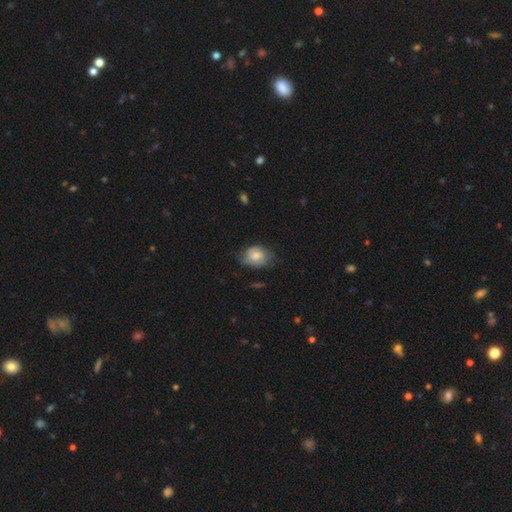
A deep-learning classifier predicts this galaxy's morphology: A smooth galaxy with no disk features (73%) that is in between round and cigar-shaped (57%).

Vote fractions:
- Smooth or featured? smooth: 73% / featured or disk: 20% / star or artifact: 7%
- How rounded? in between: 57% / round: 42% / cigar-shaped: 1%
- Merging? none: 55% / minor disturbance: 33% / major disturbance: 10% / merger: 2%